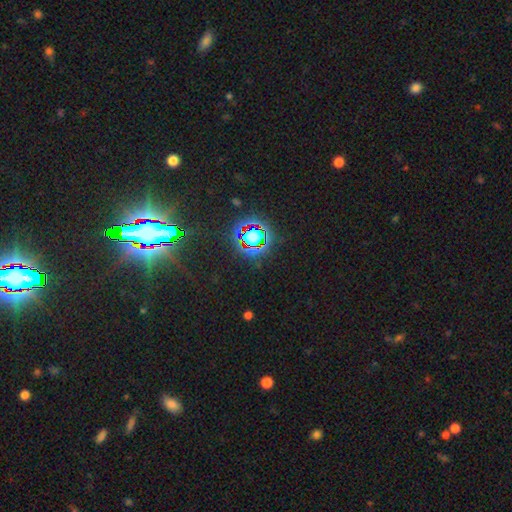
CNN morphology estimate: The model was most divided on "smooth or featured": star or artifact: 84%, smooth: 8%, featured or disk: 7%.